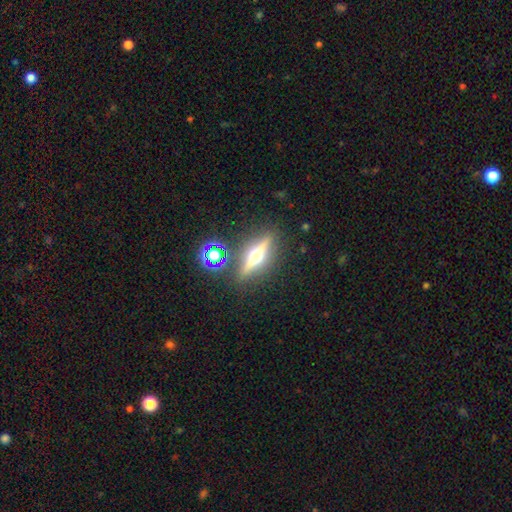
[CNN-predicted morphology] Overall: featured or disk (75%). Edge-on disk: yes (95%). Edge-on bulge: rounded (96%). Merging: none (86%).